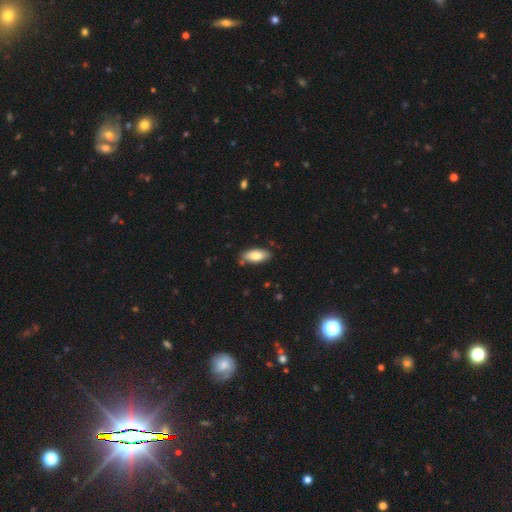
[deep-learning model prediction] Smooth or featured? Predicted: smooth (p=0.79). How rounded? Predicted: in between (p=0.86). Merging? Predicted: none (p=0.81).